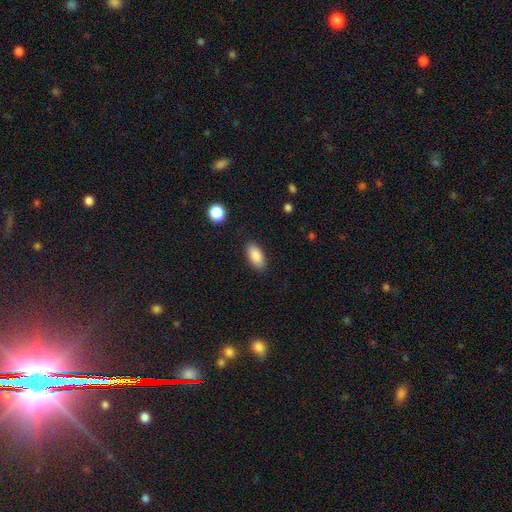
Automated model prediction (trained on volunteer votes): Smooth or featured? Predicted: smooth (p=0.87). How rounded? Predicted: in between (p=0.92). Merging? Predicted: none (p=0.86).